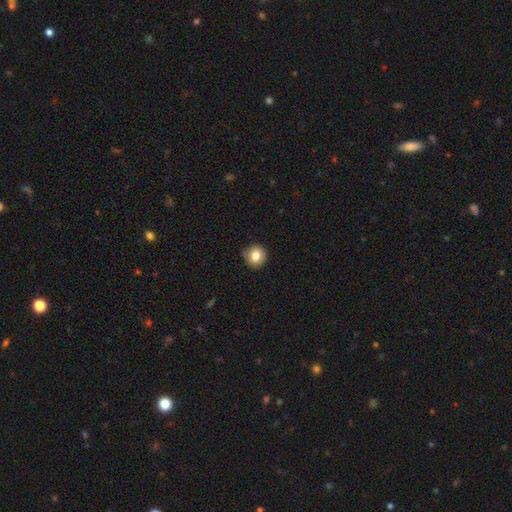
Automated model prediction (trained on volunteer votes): Morphology: type=smooth (82%); roundness=round (93%); merging=none (85%).